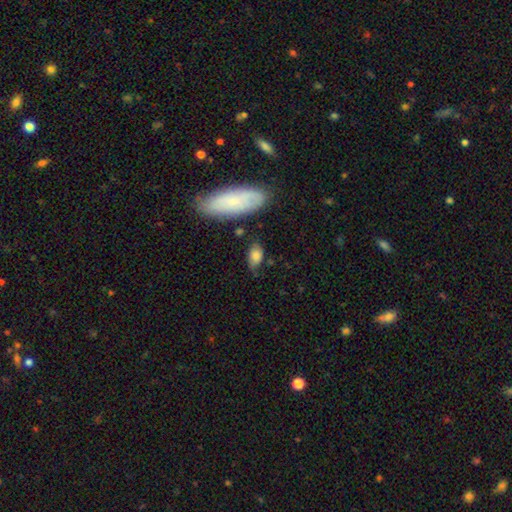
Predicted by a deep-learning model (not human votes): Morphology: type=smooth (76%); roundness=in between (88%); merging=none (61%).